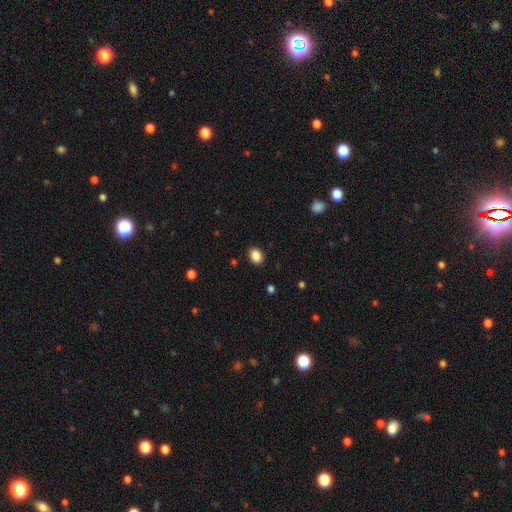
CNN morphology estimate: Overall: smooth (87%). How rounded: in between (55%; round 44%). Merging: none (90%).